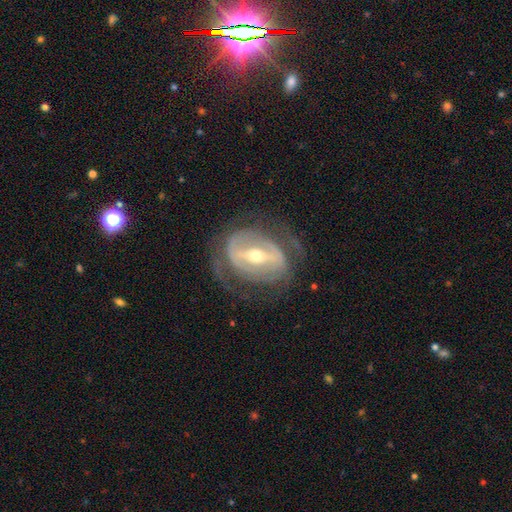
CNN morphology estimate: smooth-or-featured: featured or disk: 85% | smooth: 9% | star or artifact: 6%
  disk-edge-on: no: 92% | yes: 8%
    bar: strong: 69% | weak: 23% | no: 9%
    has-spiral-arms: yes: 69% | no: 31%
      spiral-winding: tight: 47% | medium: 36% | loose: 17%
      spiral-arm-count: 2: 59% | can't tell: 25% | 3: 6% | 1: 5% | 4: 2% | more than 4: 2%
    bulge-size: moderate: 56% | small: 39% | large: 3% | dominant: 1% | none: 1%
  merging: none: 67% | minor disturbance: 16% | major disturbance: 16% | merger: 1%